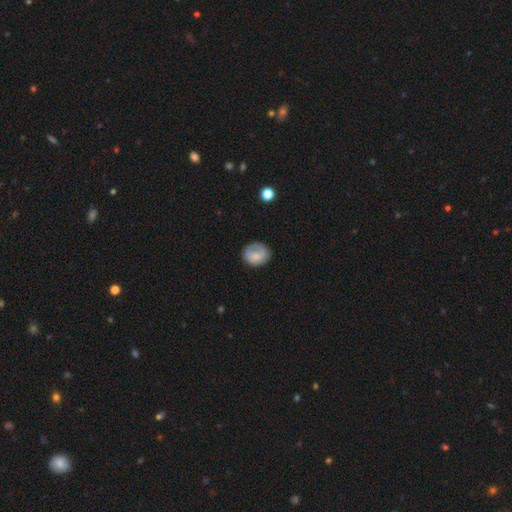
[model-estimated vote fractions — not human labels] smooth-or-featured: smooth: 69% | featured or disk: 23% | star or artifact: 8%
  how-rounded: round: 67% | in between: 32% | cigar-shaped: 1%
  merging: none: 65% | minor disturbance: 23% | major disturbance: 11% | merger: 2%